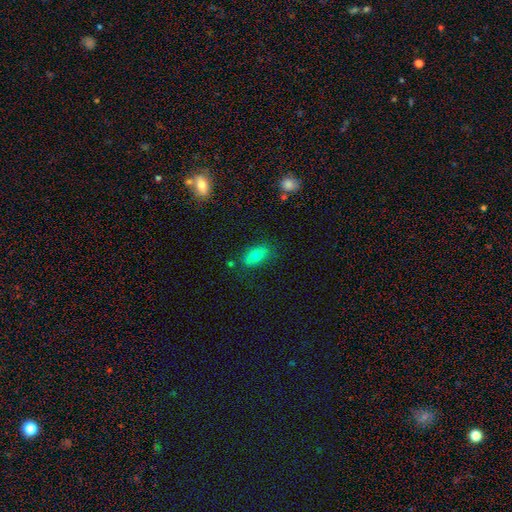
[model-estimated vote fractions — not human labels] Morphology: type=smooth (78%); roundness=in between (86%); merging=none (80%).